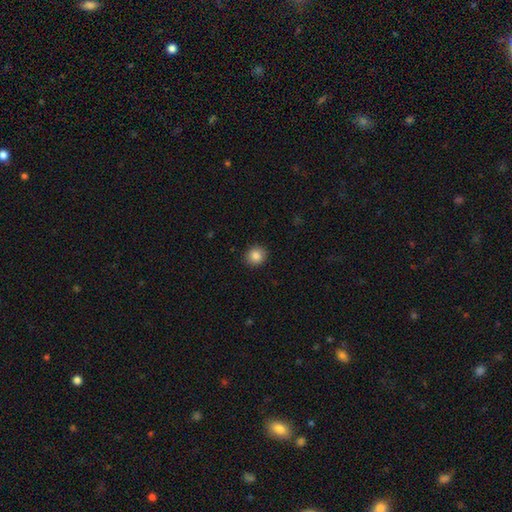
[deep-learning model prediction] smooth 86%, star or artifact 10%, featured or disk 5%. Down the decision tree: how rounded — round (83%); merging — none (91%).